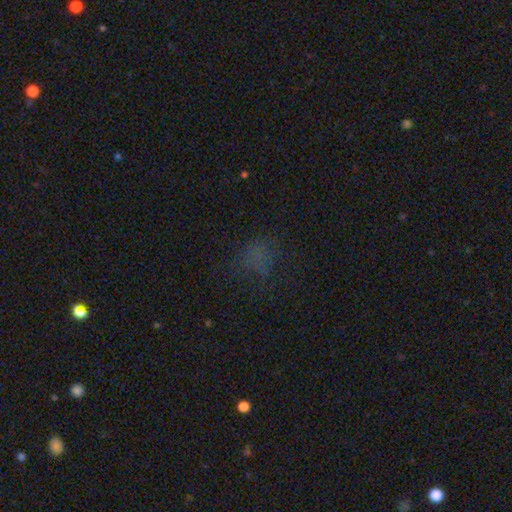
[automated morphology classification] smooth 49%, star or artifact 38%, featured or disk 12%. Down the decision tree: merging — none (66%).